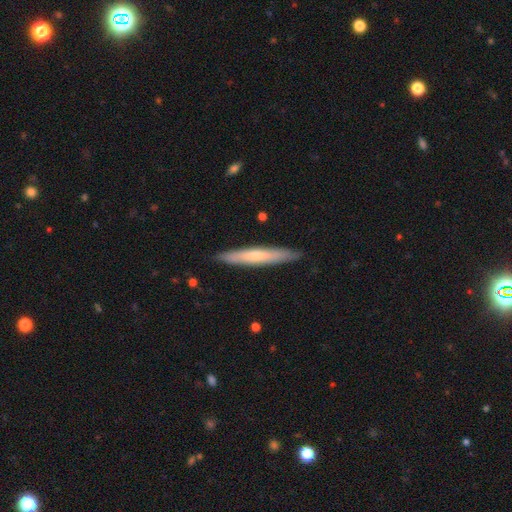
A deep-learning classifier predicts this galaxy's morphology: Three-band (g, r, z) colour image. It shows a smooth galaxy with no disk features (59%) that is cigar-shaped (94%). Merging: none (90%).